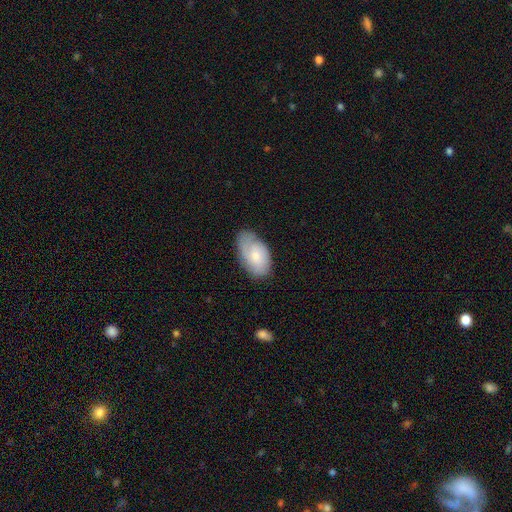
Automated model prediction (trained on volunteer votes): smooth 63%, featured or disk 31%, star or artifact 6%. Down the decision tree: how rounded — in between (93%); merging — none (66%).